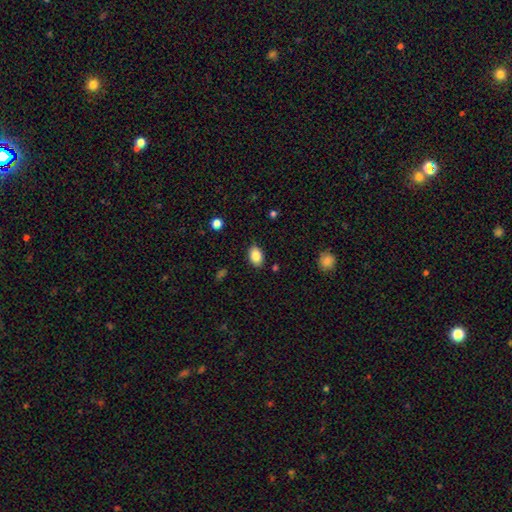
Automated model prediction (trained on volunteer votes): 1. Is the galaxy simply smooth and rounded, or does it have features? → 85% smooth, 8% star or artifact, 6% featured or disk.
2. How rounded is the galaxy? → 85% in between, 14% round, 1% cigar-shaped.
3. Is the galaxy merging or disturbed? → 84% none, 12% minor disturbance, 2% major disturbance, 1% merger.